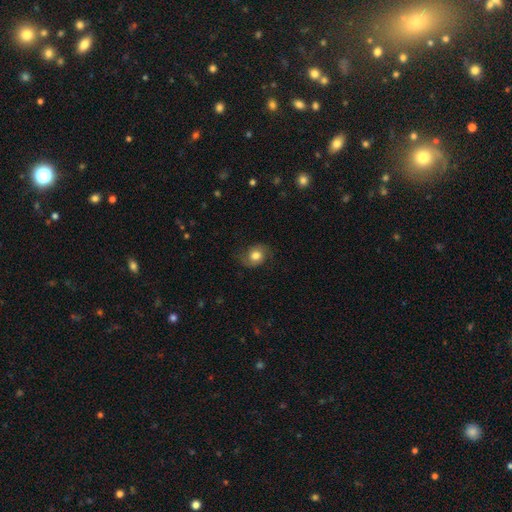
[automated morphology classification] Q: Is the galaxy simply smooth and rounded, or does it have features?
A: smooth — 59%.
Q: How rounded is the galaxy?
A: round — 57%.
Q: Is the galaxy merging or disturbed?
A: none — 70%.